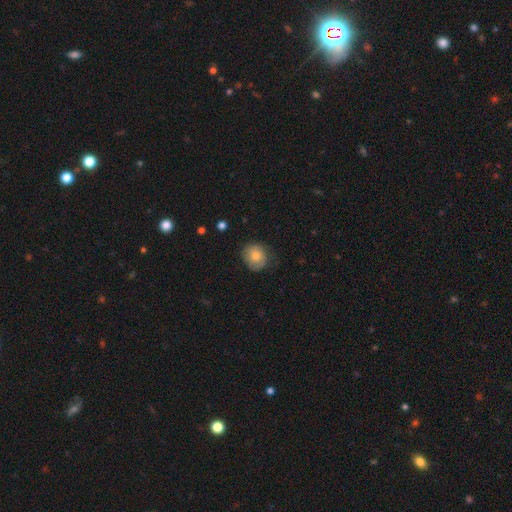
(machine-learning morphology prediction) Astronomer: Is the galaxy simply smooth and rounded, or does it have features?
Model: smooth — 68%.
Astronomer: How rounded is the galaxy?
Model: round — 75%.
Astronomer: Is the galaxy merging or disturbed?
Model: none — 71%.